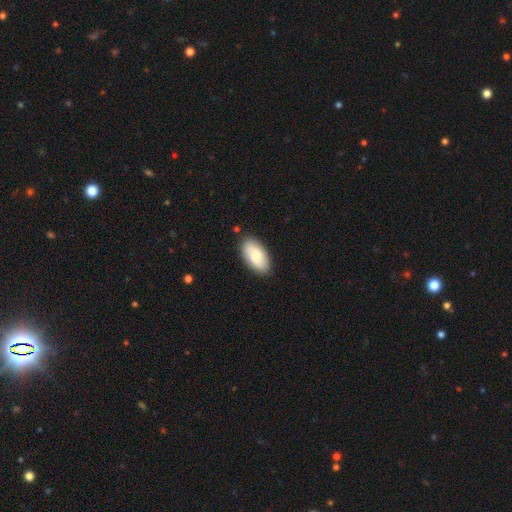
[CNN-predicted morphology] This appears to be a smooth galaxy with no disk features (71%) that is in between round and cigar-shaped (94%). Merging: none (86%).